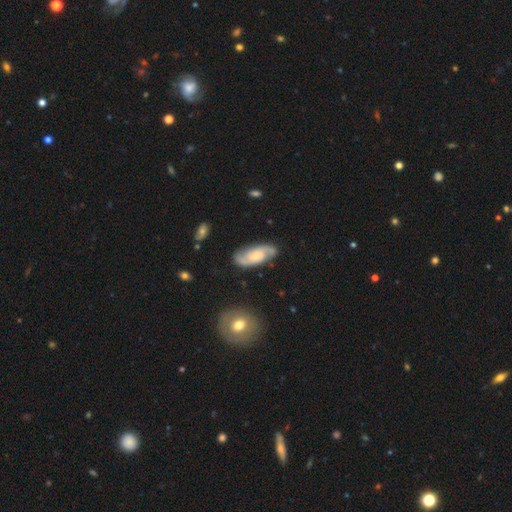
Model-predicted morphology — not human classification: Smooth or featured: featured or disk — 80% (smooth — 15%)
Edge-on disk: no — 95% (yes — 5%)
Bar: no — 64% (weak — 29%)
Spiral arms: yes — 96% (no — 4%)
Spiral winding: medium — 49% (tight — 33%)
Spiral arm count: 2 — 88% (can't tell — 6%)
Bulge size: small — 58% (moderate — 29%)
Merging: none — 78% (minor disturbance — 15%)